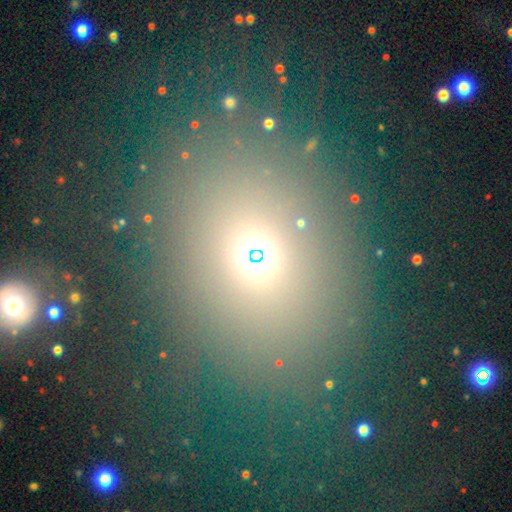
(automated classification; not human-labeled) The model was most divided on "how rounded": round: 50%, in between: 46%, cigar-shaped: 3%. More confident: merging — none (82%); smooth or featured — smooth (60%).